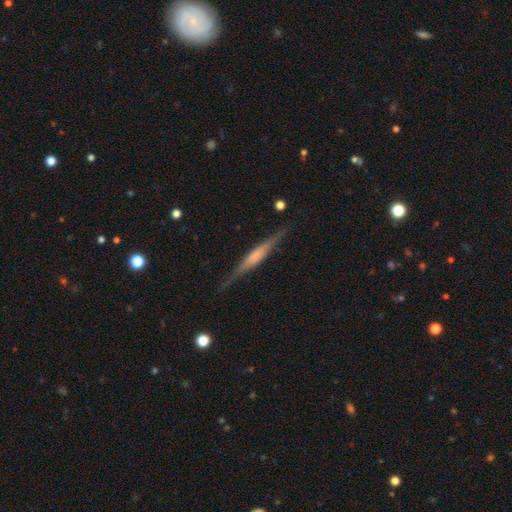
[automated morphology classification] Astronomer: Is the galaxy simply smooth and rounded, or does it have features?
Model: featured or disk — 69%.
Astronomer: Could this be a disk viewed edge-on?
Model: yes — 97%.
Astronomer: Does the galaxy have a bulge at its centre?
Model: boxy — 37%, tied with rounded at 37%.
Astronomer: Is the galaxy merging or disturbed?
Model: none — 86%.